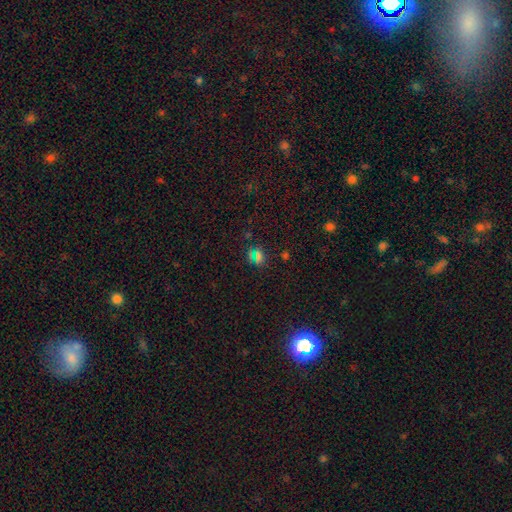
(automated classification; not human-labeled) Q: Smooth or featured?
A: smooth (46%); runner-up: star or artifact (45%)
Q: Merging?
A: none (78%); runner-up: minor disturbance (11%)